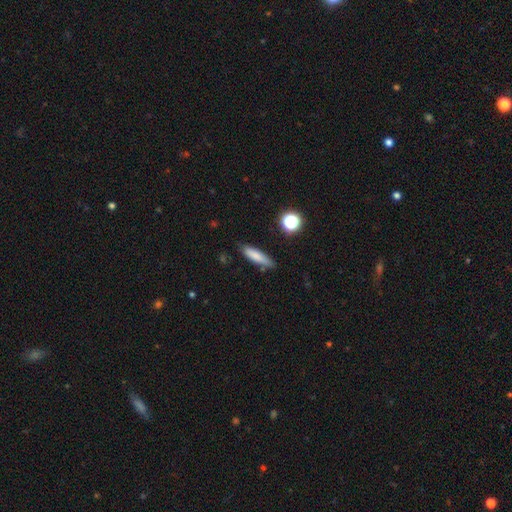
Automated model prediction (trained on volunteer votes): Smooth or featured? Predicted: smooth (p=0.78). How rounded? Predicted: cigar-shaped (p=0.71). Merging? Predicted: none (p=0.77).